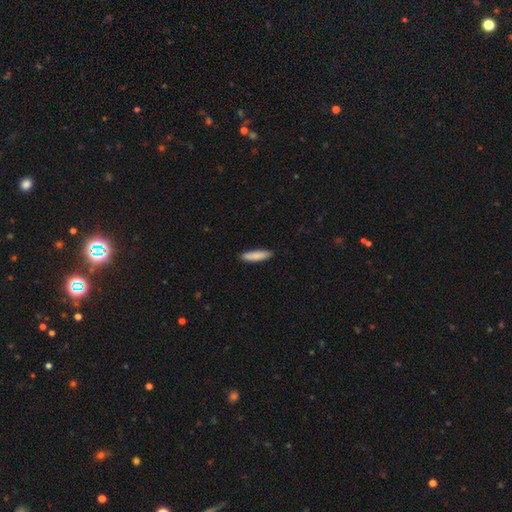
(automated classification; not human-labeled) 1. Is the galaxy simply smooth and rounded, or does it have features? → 87% smooth, 7% featured or disk, 6% star or artifact.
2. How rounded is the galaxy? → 76% cigar-shaped, 23% in between, 1% round.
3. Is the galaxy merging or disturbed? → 88% none, 9% minor disturbance, 2% major disturbance, 1% merger.